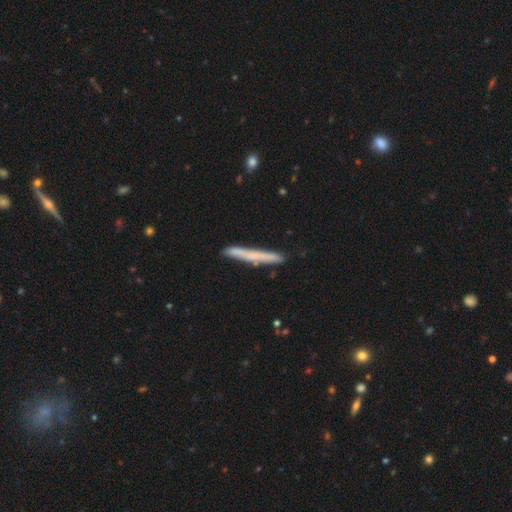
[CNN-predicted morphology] Q: Smooth or featured?
A: smooth (56%); runner-up: featured or disk (38%)
Q: How rounded?
A: cigar-shaped (97%); runner-up: in between (2%)
Q: Merging?
A: none (86%); runner-up: minor disturbance (10%)